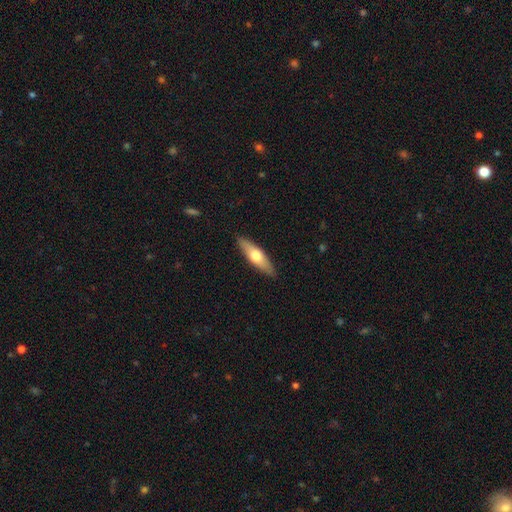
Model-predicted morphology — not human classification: Smooth or featured? Predicted: smooth (p=0.54). How rounded? Predicted: cigar-shaped (p=0.61). Merging? Predicted: none (p=0.89).